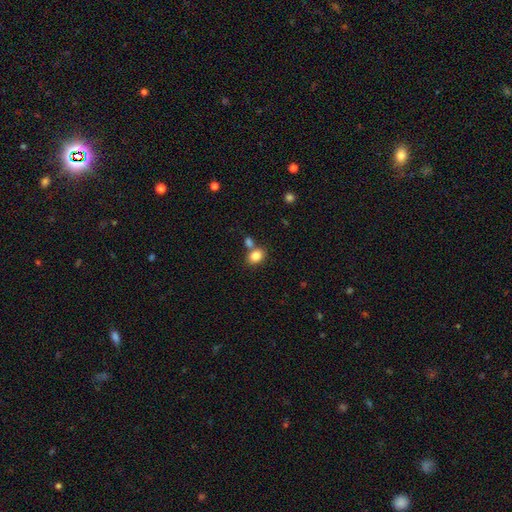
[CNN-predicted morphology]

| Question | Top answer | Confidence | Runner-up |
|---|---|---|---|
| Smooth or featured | smooth | 83% | star or artifact (10%) |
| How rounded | in between | 62% | round (37%) |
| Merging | none | 60% | merger (25%) |